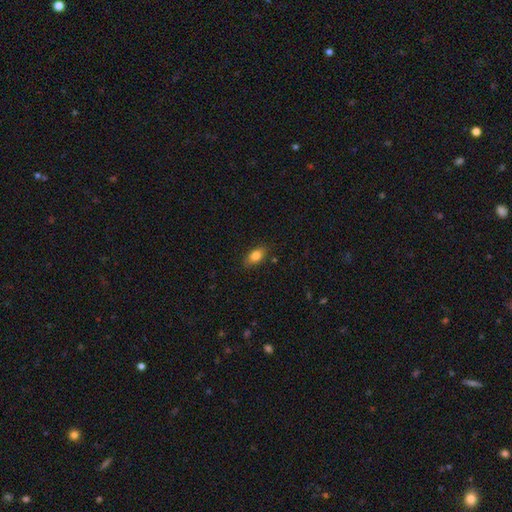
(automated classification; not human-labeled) This appears to be a smooth galaxy with no disk features (83%) that is in between round and cigar-shaped (86%). Merging: none (85%).